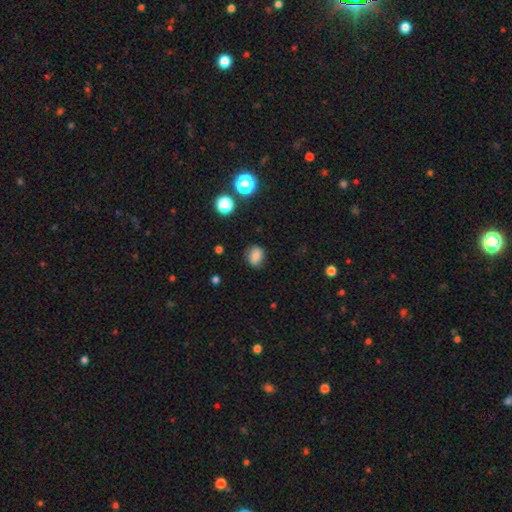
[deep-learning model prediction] smooth_or_featured: smooth (p=0.78) [alt: star or artifact p=0.13]
how_rounded: round (p=0.56) [alt: in between p=0.43]
merging: none (p=0.74) [alt: minor disturbance p=0.19]